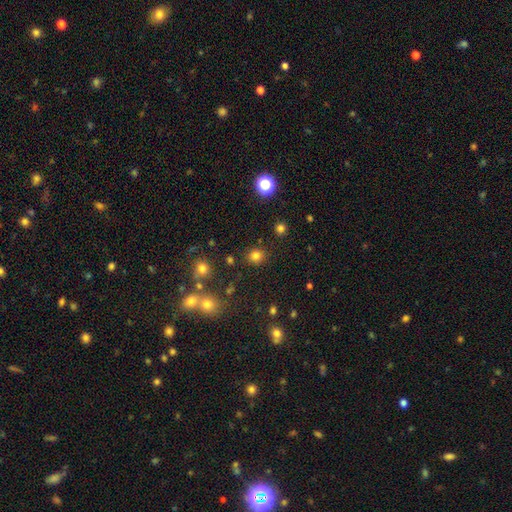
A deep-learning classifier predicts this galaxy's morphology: Smooth or featured? Predicted: smooth (p=0.79). How rounded? Predicted: round (p=0.85). Merging? Predicted: none (p=0.87).